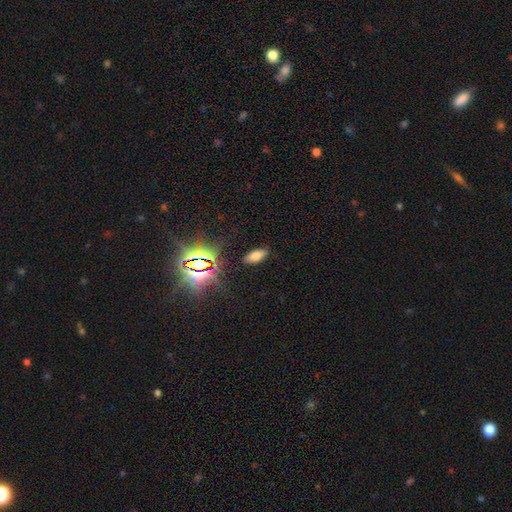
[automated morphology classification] type=smooth (67%); roundness=in between (88%); merging=none (87%).